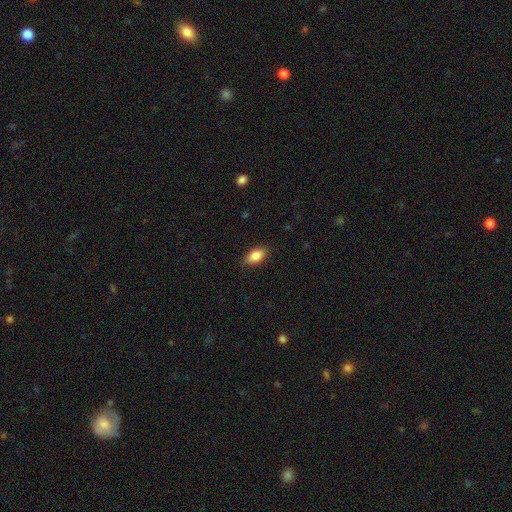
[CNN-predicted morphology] type=smooth (83%); roundness=in between (88%); merging=none (85%).